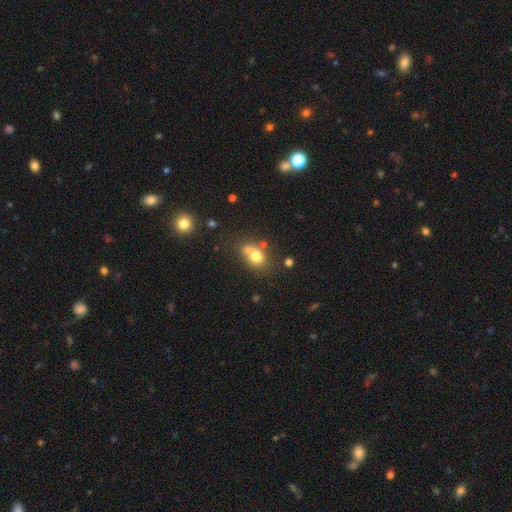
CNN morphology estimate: Smooth or featured?
  - smooth: 73% *
  - featured or disk: 15%
  - star or artifact: 12%
How rounded?
  - round: 50% *
  - in between: 48%
  - cigar-shaped: 1%
Merging?
  - none: 44% *
  - merger: 27%
  - minor disturbance: 19%
  - major disturbance: 9%